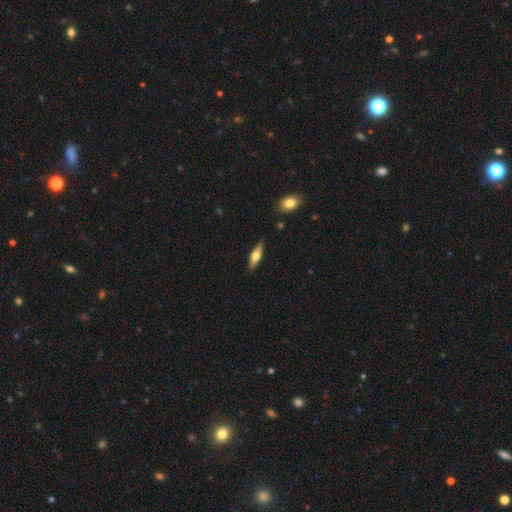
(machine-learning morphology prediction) Smooth or featured?
  - featured or disk: 49% *
  - smooth: 46%
  - star or artifact: 6%
Merging?
  - none: 87% *
  - minor disturbance: 9%
  - major disturbance: 2%
  - merger: 2%